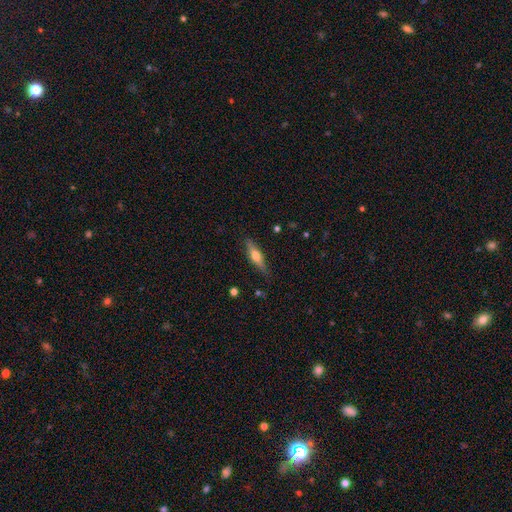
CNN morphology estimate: Overall: smooth (49%; featured or disk 44%). Merging: none (82%).